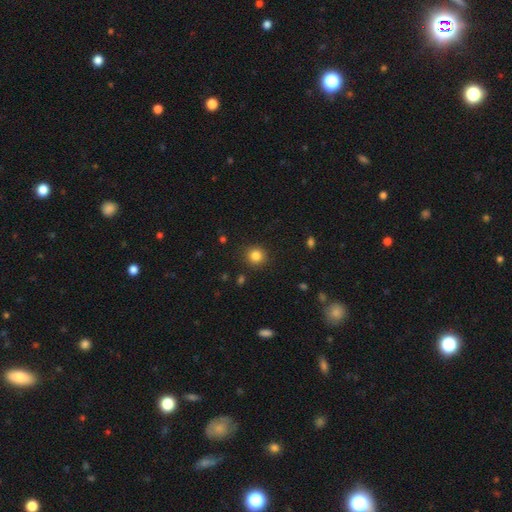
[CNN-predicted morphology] smooth 84%, star or artifact 12%, featured or disk 5%. Down the decision tree: how rounded — round (90%); merging — none (89%).